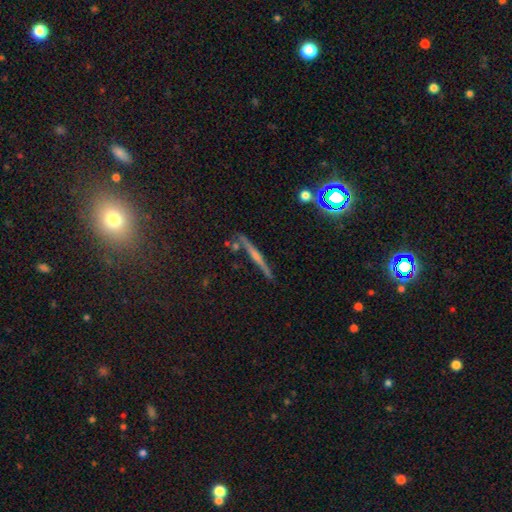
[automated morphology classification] Overall: featured or disk (63%). Edge-on disk: yes (96%). Edge-on bulge: rounded (64%; none 25%). Merging: none (86%).